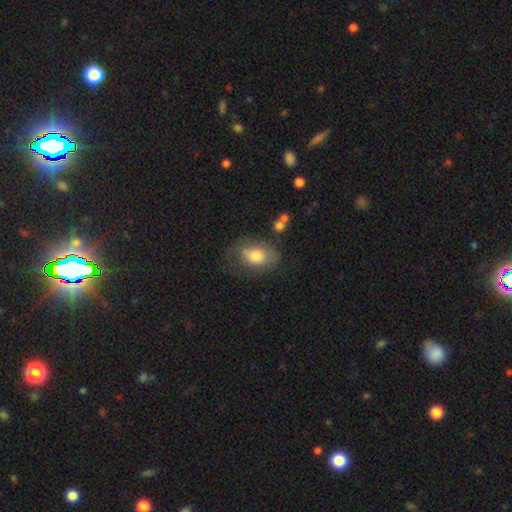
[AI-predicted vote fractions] This is likely a smooth galaxy (73%). How rounded: clearly in between (81%). Merging: possibly none (51%).